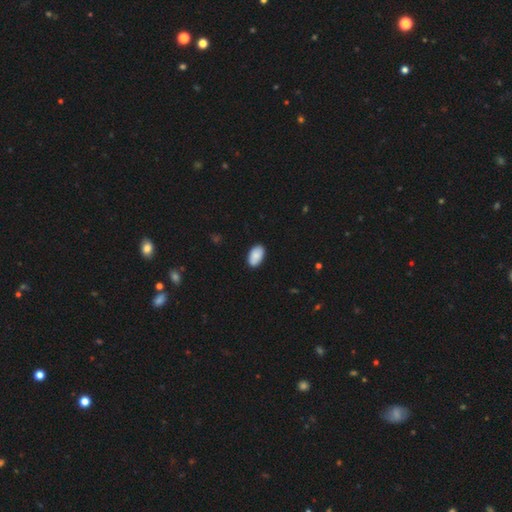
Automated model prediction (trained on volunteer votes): This is clearly a smooth galaxy (87%). How rounded: clearly in between (95%). Merging: clearly none (87%).